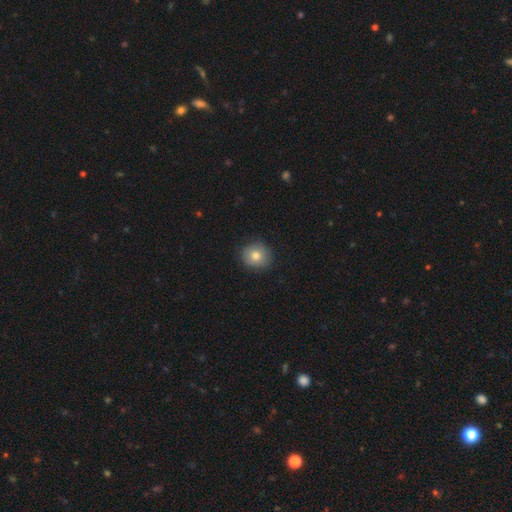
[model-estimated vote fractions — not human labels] The model was most divided on "smooth or featured": smooth: 79%, featured or disk: 12%, star or artifact: 9%. More confident: merging — none (86%); how rounded — round (85%).